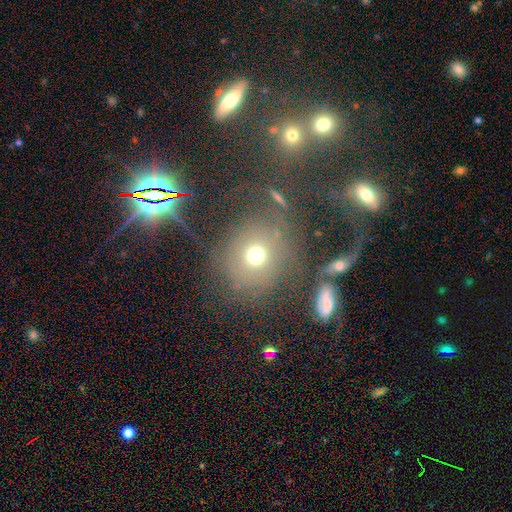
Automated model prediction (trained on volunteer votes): This appears to be a smooth galaxy with no disk features (62%) that is round (81%). Merging: none (63%).